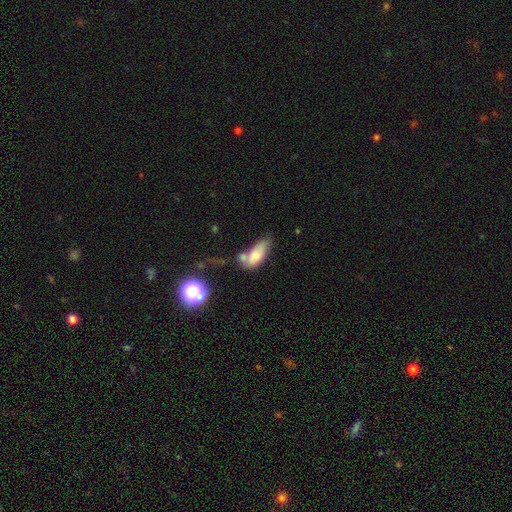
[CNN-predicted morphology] Overall: smooth (67%). How rounded: in between (82%). Merging: merger (36%; none 27%).